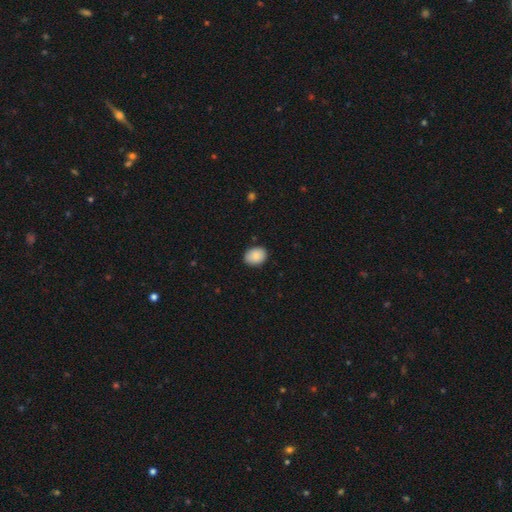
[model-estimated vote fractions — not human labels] A smooth galaxy with no disk features (87%) that is in between round and cigar-shaped (62%).

Vote fractions:
- Smooth or featured? smooth: 87% / star or artifact: 7% / featured or disk: 6%
- How rounded? in between: 62% / round: 37% / cigar-shaped: 1%
- Merging? none: 86% / minor disturbance: 11% / major disturbance: 2% / merger: 1%